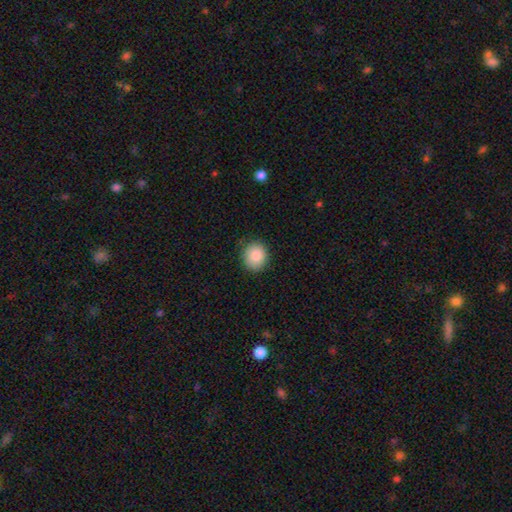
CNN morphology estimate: A smooth galaxy with no disk features (87%) that is round (79%). Merging: none (87%).